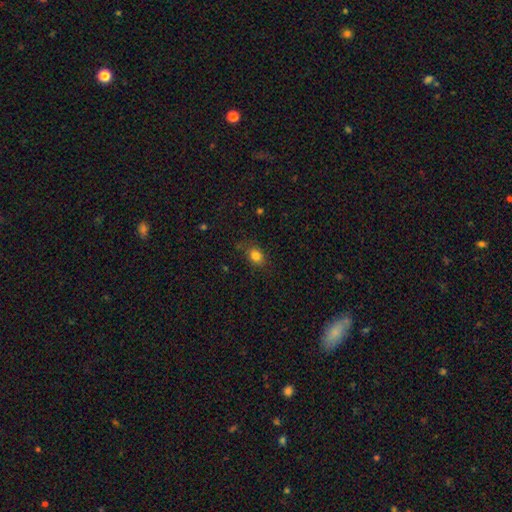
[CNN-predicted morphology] The model was most divided on "how rounded": in between: 64%, round: 35%, cigar-shaped: 1%. More confident: smooth or featured — smooth (82%); merging — none (78%).